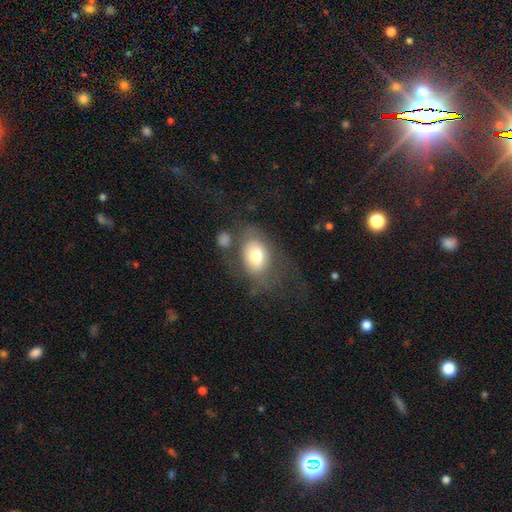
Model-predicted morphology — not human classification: Overall: smooth (69%). How rounded: in between (77%). Merging: none (44%; major disturbance 23%).